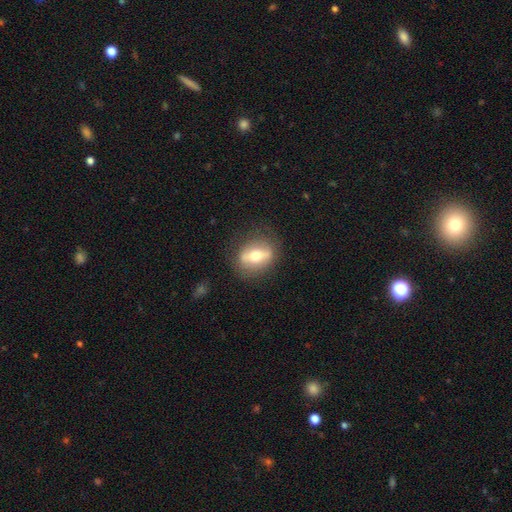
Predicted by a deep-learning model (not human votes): A featured or disk galaxy (54%).

Vote fractions:
- Smooth or featured? featured or disk: 54% / smooth: 38% / star or artifact: 8%
- Edge-on disk? no: 54% / yes: 46%
- Merging? none: 81% / minor disturbance: 13% / major disturbance: 5% / merger: 1%